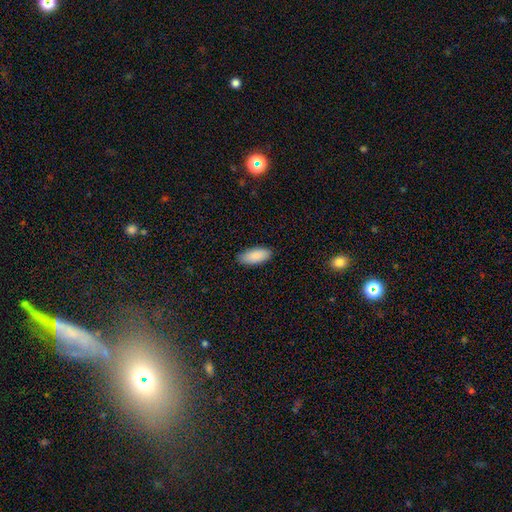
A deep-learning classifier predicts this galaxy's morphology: This is clearly a smooth galaxy (90%). How rounded: clearly in between (86%). Merging: clearly none (87%).